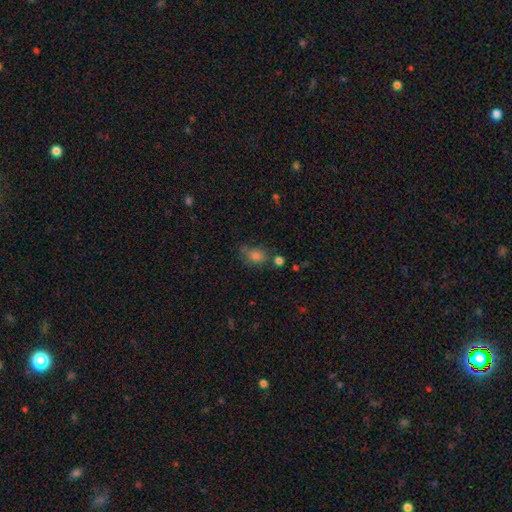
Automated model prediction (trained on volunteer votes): Smooth or featured? Predicted: smooth (p=0.69). How rounded? Predicted: in between (p=0.59). Merging? Predicted: none (p=0.57).